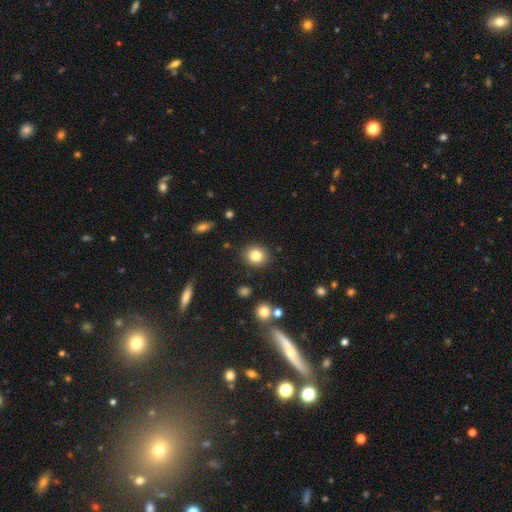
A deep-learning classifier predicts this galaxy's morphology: A smooth galaxy with no disk features (83%) that is round (82%). Merging: none (88%).